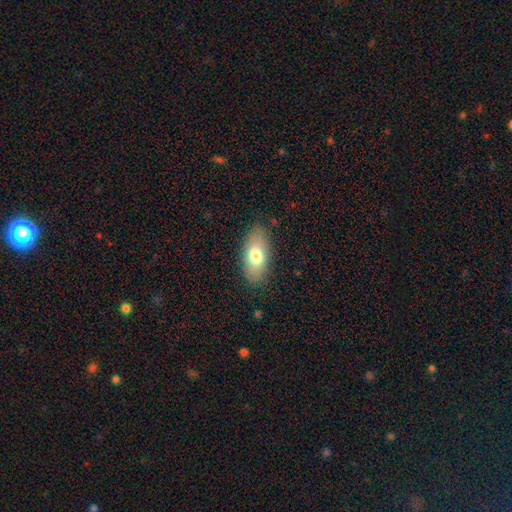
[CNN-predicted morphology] Smooth or featured: smooth — 74% (featured or disk — 18%)
How rounded: in between — 87% (cigar-shaped — 9%)
Merging: none — 84% (minor disturbance — 12%)